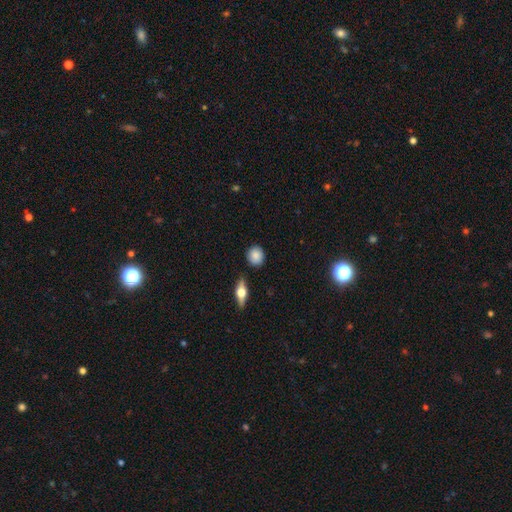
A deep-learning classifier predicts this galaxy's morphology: A smooth galaxy with no disk features (83%) that is round (80%). Merging: none (86%).